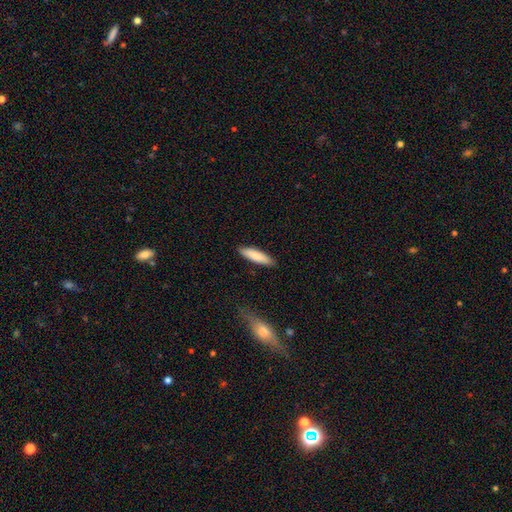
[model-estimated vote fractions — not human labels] Q: Smooth or featured?
A: smooth (83%); runner-up: featured or disk (11%)
Q: How rounded?
A: cigar-shaped (71%); runner-up: in between (27%)
Q: Merging?
A: none (87%); runner-up: minor disturbance (10%)